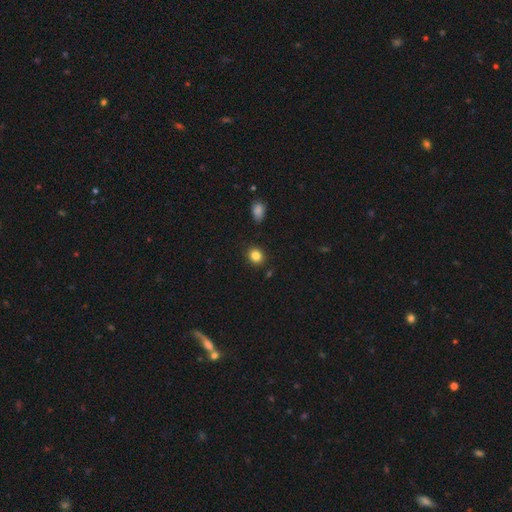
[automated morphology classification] smooth 84%, star or artifact 11%, featured or disk 5%. Down the decision tree: how rounded — round (70%); merging — none (87%).